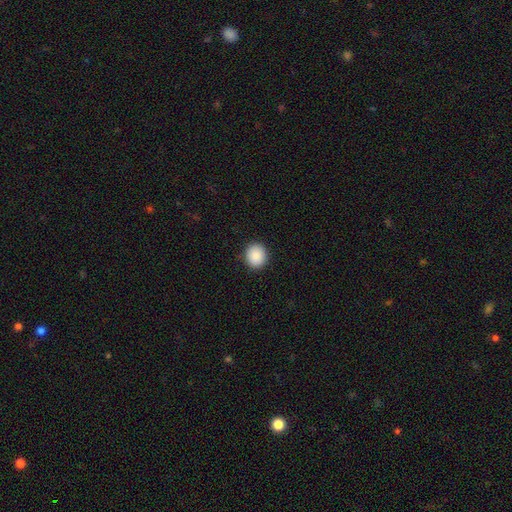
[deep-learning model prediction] Smooth or featured? Predicted: smooth (p=0.89). How rounded? Predicted: round (p=0.84). Merging? Predicted: none (p=0.91).